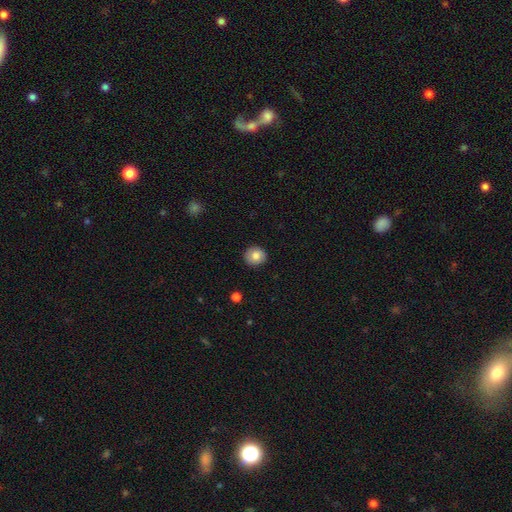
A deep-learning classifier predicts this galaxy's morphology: This is clearly a smooth galaxy (81%). How rounded: clearly round (89%). Merging: clearly none (91%).